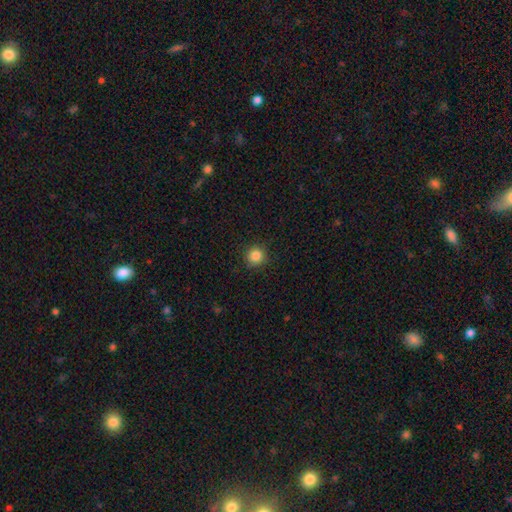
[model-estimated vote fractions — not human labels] Overall: smooth (85%). How rounded: round (94%). Merging: none (91%).